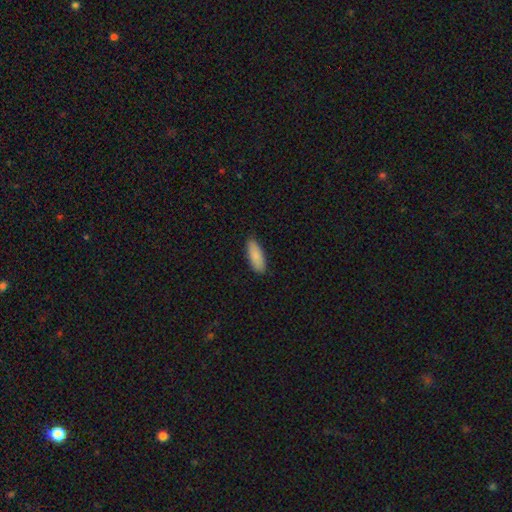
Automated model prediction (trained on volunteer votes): Smooth or featured?
  - smooth: 88% *
  - featured or disk: 6%
  - star or artifact: 6%
How rounded?
  - in between: 66% *
  - cigar-shaped: 32%
  - round: 2%
Merging?
  - none: 88% *
  - minor disturbance: 9%
  - major disturbance: 2%
  - merger: 1%